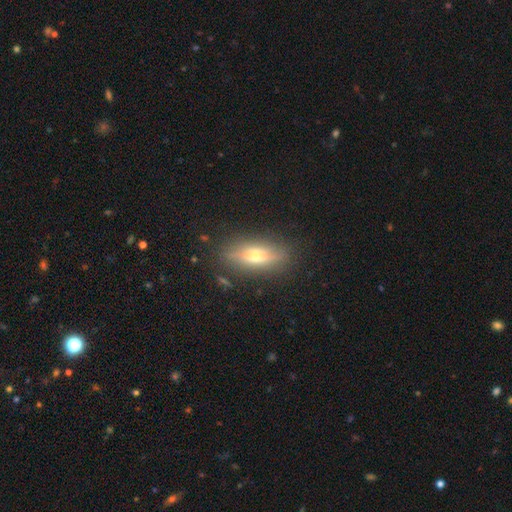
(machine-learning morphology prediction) Smooth or featured? smooth (47%)
Merging? none (84%)